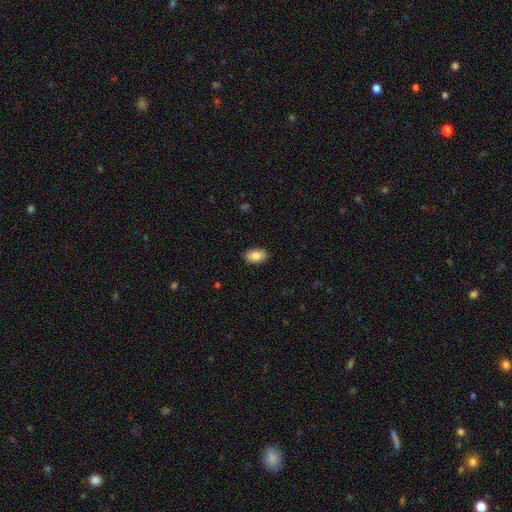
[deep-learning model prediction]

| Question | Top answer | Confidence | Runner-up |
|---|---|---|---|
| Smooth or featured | smooth | 87% | star or artifact (7%) |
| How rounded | in between | 92% | round (6%) |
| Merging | none | 88% | minor disturbance (9%) |